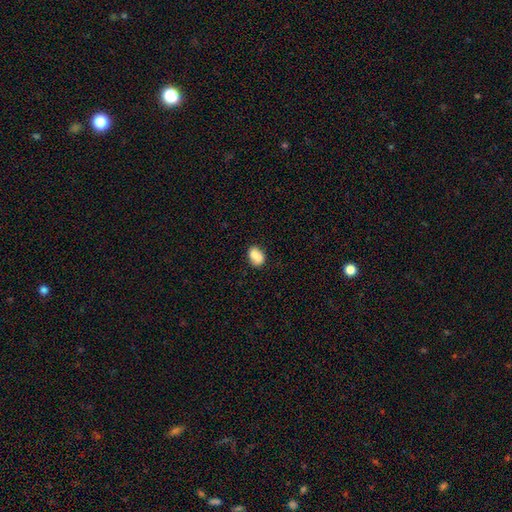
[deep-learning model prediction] Overall: smooth (74%). How rounded: in between (66%; round 33%). Merging: merger (44%; none 36%).